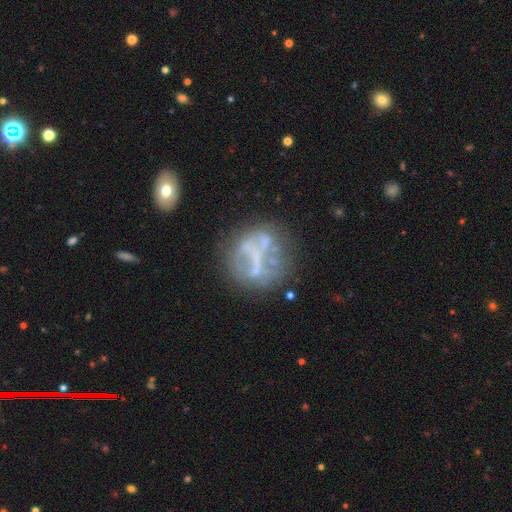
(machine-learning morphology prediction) featured or disk 61%, smooth 24%, star or artifact 15%. Down the decision tree: edge-on disk — no (96%); bar — no (69%); spiral arms — no (88%); bulge size — none (73%); merging — none (51%).